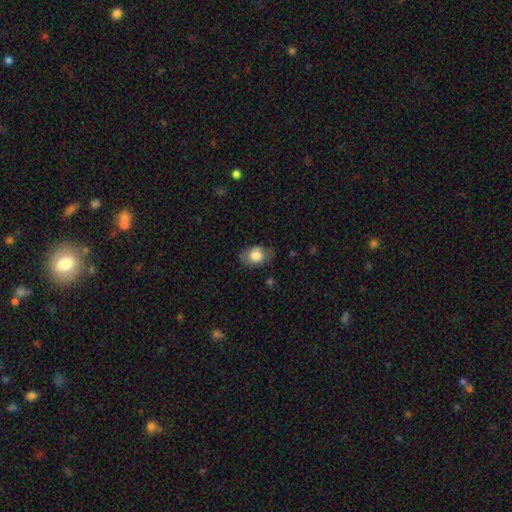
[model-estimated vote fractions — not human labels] Smooth or featured? Predicted: smooth (p=0.76). How rounded? Predicted: in between (p=0.79). Merging? Predicted: none (p=0.70).